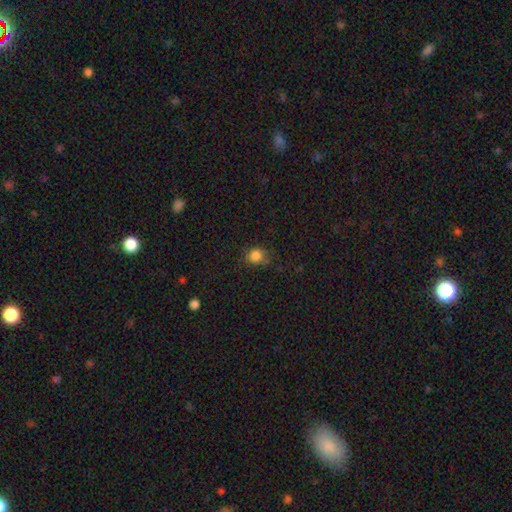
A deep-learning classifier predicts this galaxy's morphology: type=smooth (83%); roundness=round (77%); merging=none (70%).